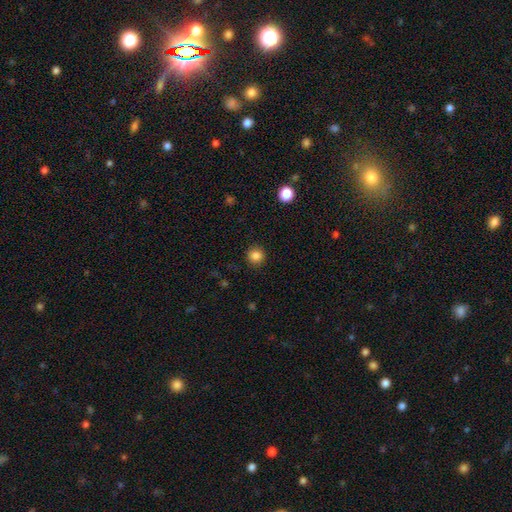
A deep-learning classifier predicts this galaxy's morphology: Smooth or featured: smooth — 85% (star or artifact — 11%)
How rounded: round — 92% (in between — 7%)
Merging: none — 91% (minor disturbance — 6%)